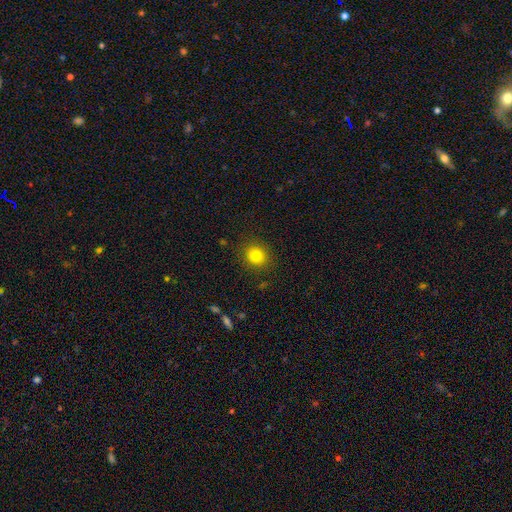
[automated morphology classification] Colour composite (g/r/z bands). It shows a smooth galaxy with no disk features (81%) that is round (83%). Merging: none (89%).